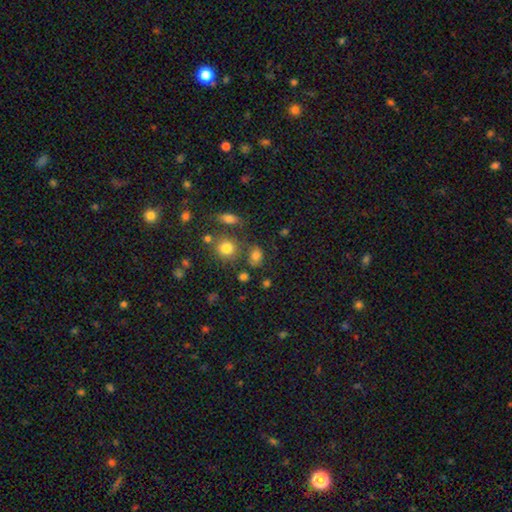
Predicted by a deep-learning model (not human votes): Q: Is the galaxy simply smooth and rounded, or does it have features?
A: smooth — 77%.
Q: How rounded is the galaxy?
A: in between — 50%.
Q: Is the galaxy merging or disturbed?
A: none — 65%.